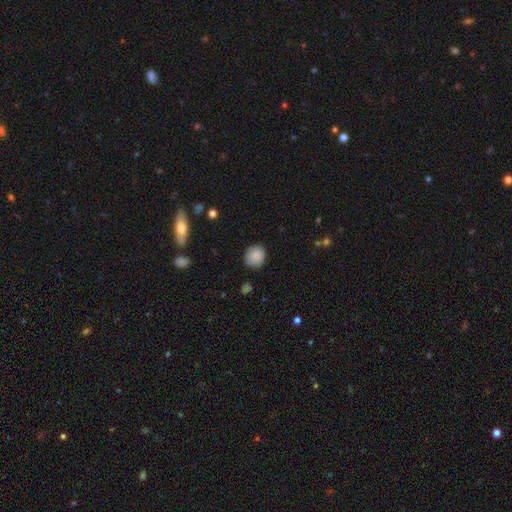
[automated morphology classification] Smooth or featured?
  - smooth: 86% *
  - star or artifact: 8%
  - featured or disk: 6%
How rounded?
  - round: 77% *
  - in between: 22%
  - cigar-shaped: 1%
Merging?
  - none: 78% *
  - minor disturbance: 17%
  - major disturbance: 4%
  - merger: 1%